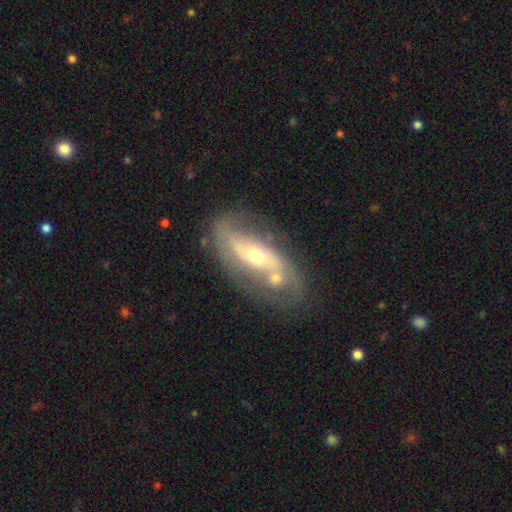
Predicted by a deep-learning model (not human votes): Smooth or featured?
  - featured or disk: 80% *
  - smooth: 14%
  - star or artifact: 7%
Edge-on disk?
  - no: 90% *
  - yes: 10%
Bar?
  - no: 41% *
  - weak: 32%
  - strong: 27%
Spiral arms?
  - yes: 83% *
  - no: 17%
Spiral winding?
  - medium: 39% *
  - loose: 38%
  - tight: 23%
Spiral arm count?
  - 2: 80% *
  - can't tell: 12%
  - 1: 4%
  - 3: 2%
  - 4: 1%
  - more than 4: 1%
Bulge size?
  - moderate: 56% *
  - small: 38%
  - large: 4%
  - none: 1%
  - dominant: 1%
Merging?
  - none: 60% *
  - minor disturbance: 17%
  - merger: 14%
  - major disturbance: 9%